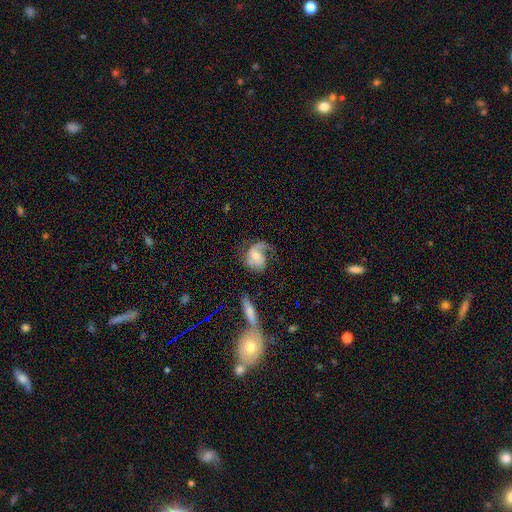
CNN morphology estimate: A featured or disk galaxy (68%) with no bar (56%), 2 (45%) loose (40%, tied with medium) spiral arms (90%) and a moderate central bulge (48%). Merging: none (44%).